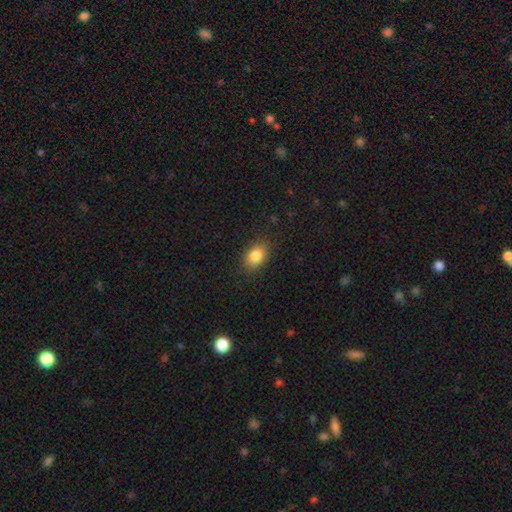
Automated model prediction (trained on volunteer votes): Smooth or featured? Predicted: smooth (p=0.85). How rounded? Predicted: in between (p=0.81). Merging? Predicted: none (p=0.85).